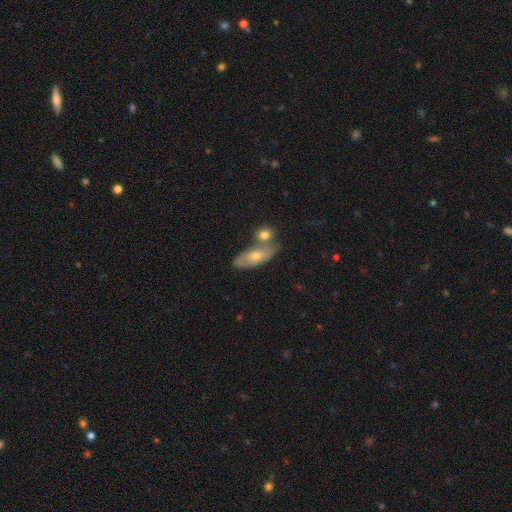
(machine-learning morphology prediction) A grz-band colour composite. It shows a smooth galaxy with no disk features (59%) that is in between round and cigar-shaped (72%). Merging: none (50%).